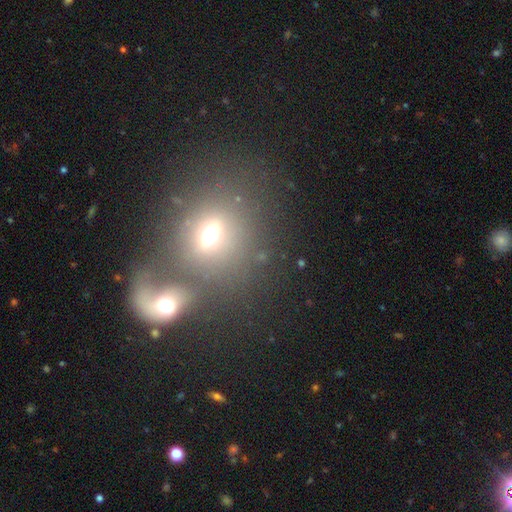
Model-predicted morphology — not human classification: Smooth or featured? Predicted: smooth (p=0.57). How rounded? Predicted: round (p=0.63). Merging? Predicted: merger (p=0.57).